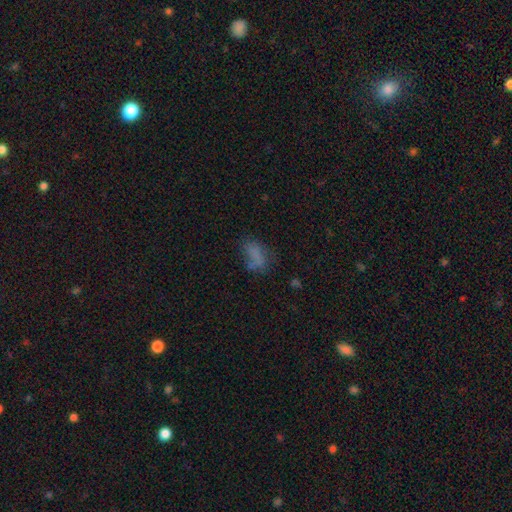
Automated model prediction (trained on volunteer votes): Smooth or featured: smooth — 66% (featured or disk — 17%)
How rounded: in between — 84% (round — 9%)
Merging: none — 45% (minor disturbance — 25%)